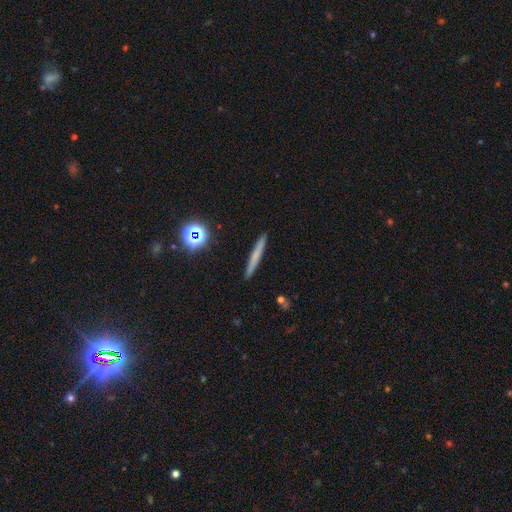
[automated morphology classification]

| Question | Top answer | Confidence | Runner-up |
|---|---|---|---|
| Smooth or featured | smooth | 58% | featured or disk (31%) |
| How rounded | cigar-shaped | 95% | in between (3%) |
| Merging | none | 92% | minor disturbance (5%) |